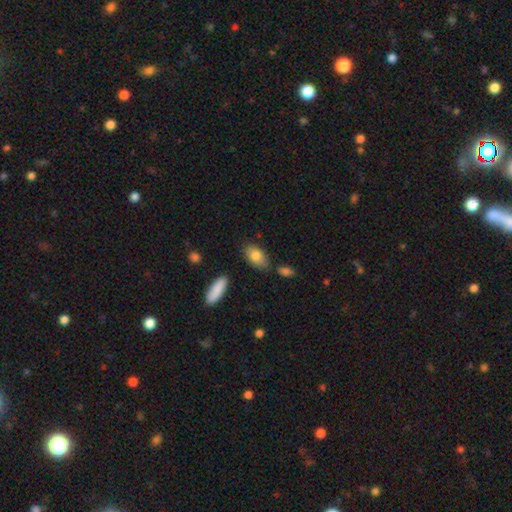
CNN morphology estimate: Q: Smooth or featured?
A: smooth (81%); runner-up: featured or disk (12%)
Q: How rounded?
A: in between (91%); runner-up: round (5%)
Q: Merging?
A: none (74%); runner-up: minor disturbance (17%)